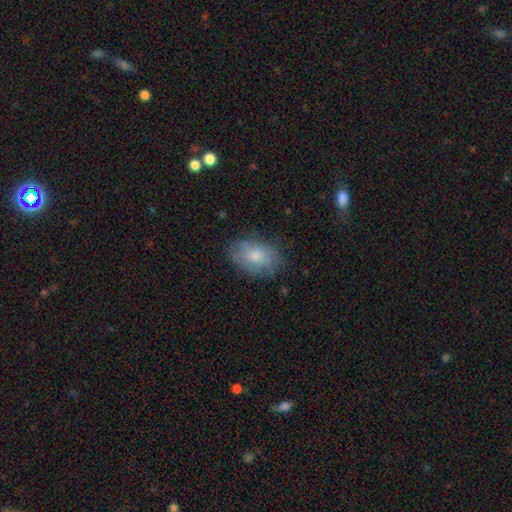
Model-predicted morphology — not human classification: This appears to be a smooth galaxy with no disk features (69%) that is in between round and cigar-shaped (88%). Merging: none (73%).